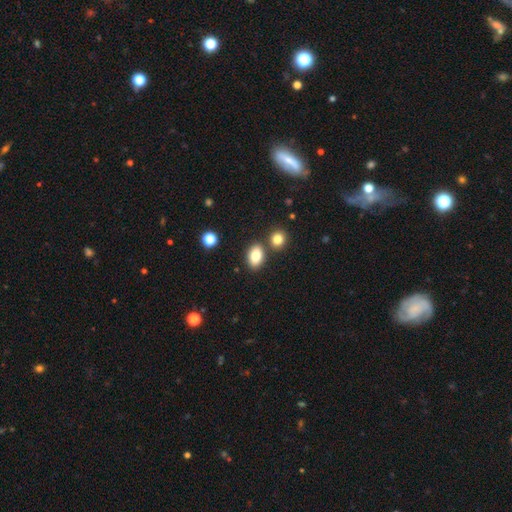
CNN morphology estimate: Smooth or featured? smooth (82%)
How rounded? in between (83%)
Merging? none (76%)